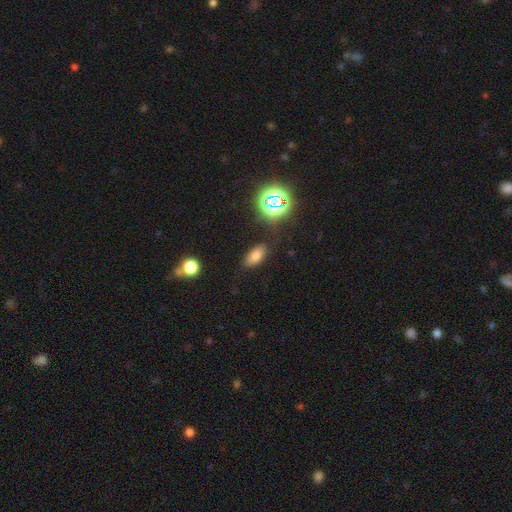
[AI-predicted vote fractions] A smooth galaxy with no disk features (71%) that is in between round and cigar-shaped (89%). Merging: none (82%).